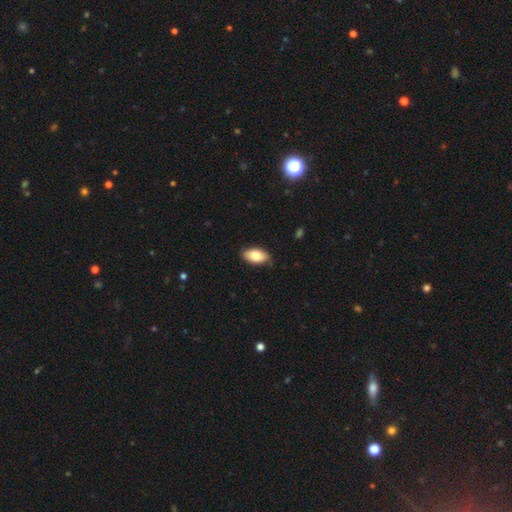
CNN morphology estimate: smooth_or_featured: smooth (p=0.81) [alt: featured or disk p=0.13]
how_rounded: in between (p=0.93) [alt: round p=0.04]
merging: none (p=0.84) [alt: minor disturbance p=0.13]